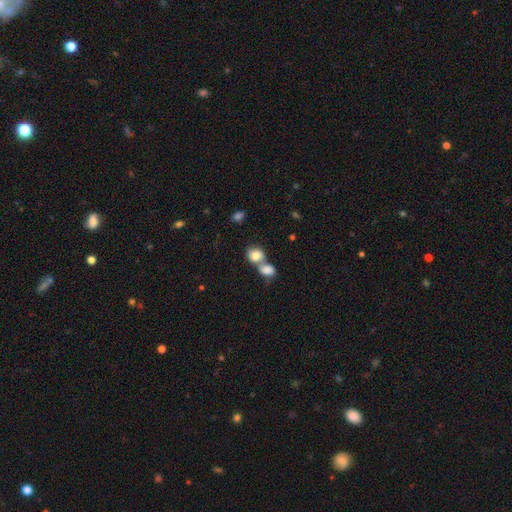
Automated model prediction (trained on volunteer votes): Q: Smooth or featured?
A: smooth (81%); runner-up: featured or disk (11%)
Q: How rounded?
A: round (53%); runner-up: in between (46%)
Q: Merging?
A: merger (67%); runner-up: none (22%)